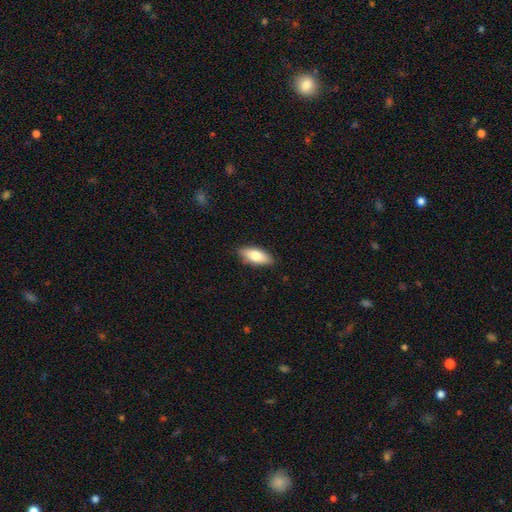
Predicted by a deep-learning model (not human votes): Overall: smooth (76%). How rounded: in between (79%). Merging: none (87%).